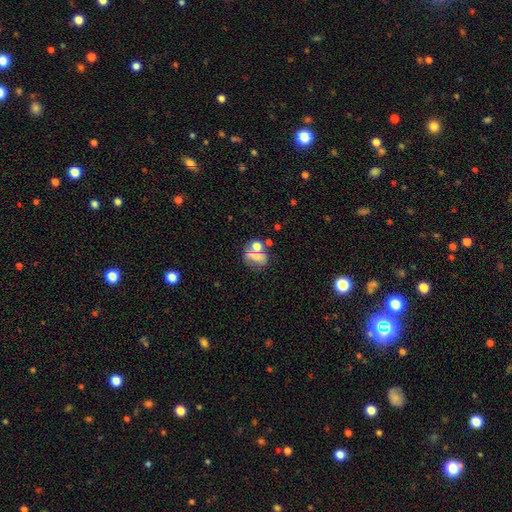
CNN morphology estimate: A smooth galaxy with no disk features (62%) that is in between round and cigar-shaped (57%).

Vote fractions:
- Smooth or featured? smooth: 62% / featured or disk: 22% / star or artifact: 15%
- How rounded? in between: 57% / round: 40% / cigar-shaped: 4%
- Merging? none: 38% / merger: 31% / minor disturbance: 16% / major disturbance: 14%